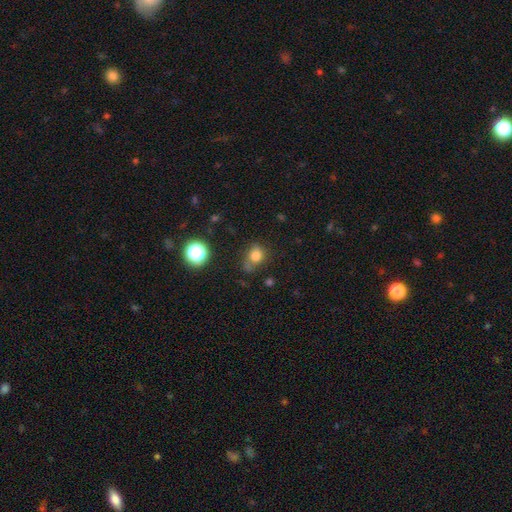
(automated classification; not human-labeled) Q: Smooth or featured?
A: smooth (79%); runner-up: star or artifact (14%)
Q: How rounded?
A: round (64%); runner-up: in between (35%)
Q: Merging?
A: none (56%); runner-up: minor disturbance (26%)